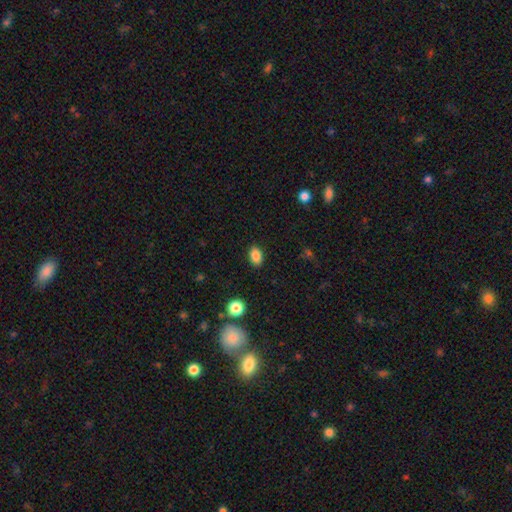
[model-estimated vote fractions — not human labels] This appears to be a smooth galaxy with no disk features (86%) that is in between round and cigar-shaped (84%). Merging: none (88%).